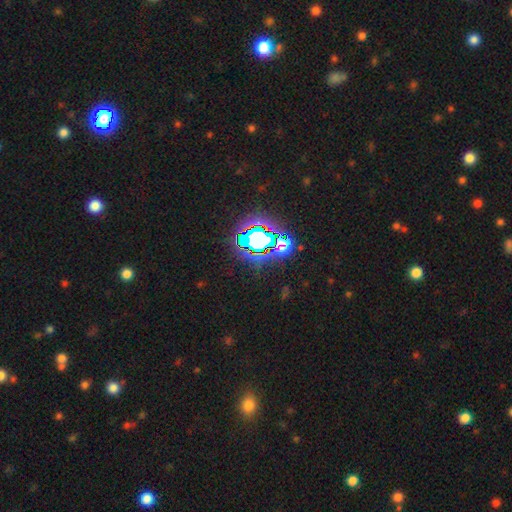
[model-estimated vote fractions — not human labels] Smooth or featured?
  - star or artifact: 81% *
  - smooth: 12%
  - featured or disk: 7%